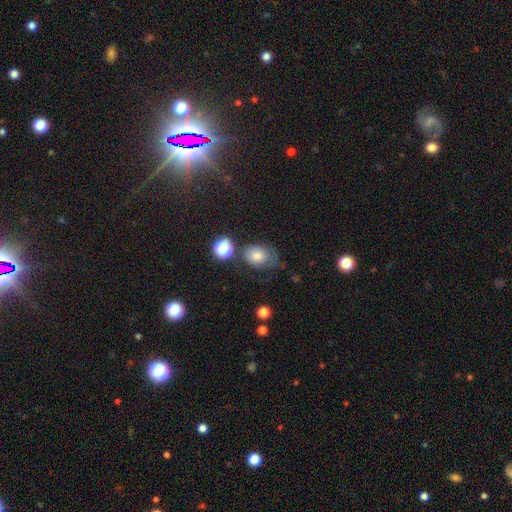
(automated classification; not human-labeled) The model was most divided on "merging": none: 43%, minor disturbance: 33%, major disturbance: 17%, merger: 7%. More confident: smooth or featured — smooth (75%); how rounded — in between (67%).